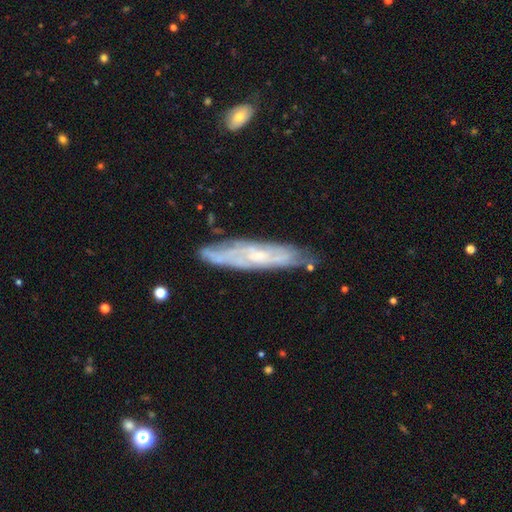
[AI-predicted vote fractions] Smooth or featured? featured or disk (65%)
Edge-on disk? yes (50%, tied with no)
Merging? none (74%)